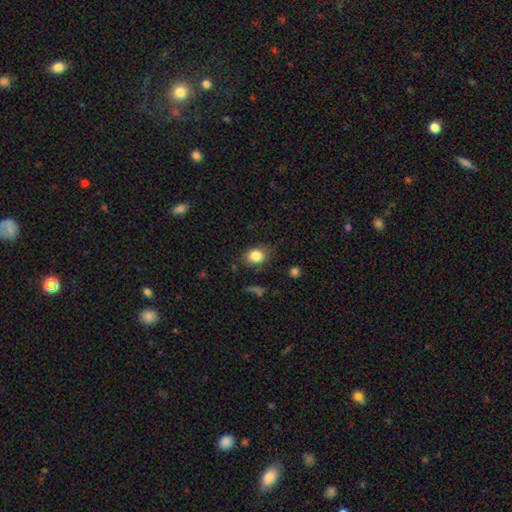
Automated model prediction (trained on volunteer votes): smooth 83%, star or artifact 10%, featured or disk 7%. Down the decision tree: how rounded — in between (56%); merging — none (79%).